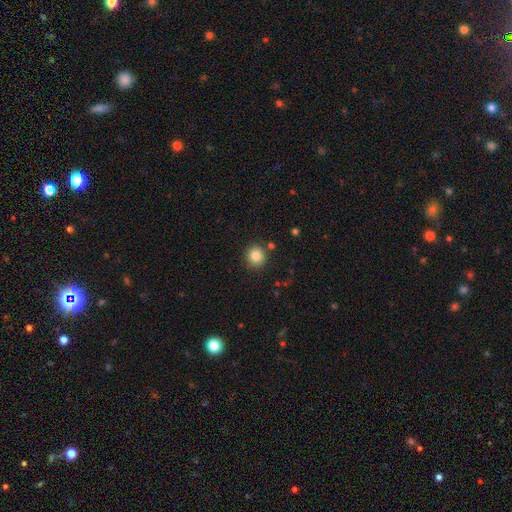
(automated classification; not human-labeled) A smooth galaxy with no disk features (84%) that is round (90%).

Vote fractions:
- Smooth or featured? smooth: 84% / star or artifact: 11% / featured or disk: 6%
- How rounded? round: 90% / in between: 9% / cigar-shaped: 1%
- Merging? none: 87% / minor disturbance: 7% / merger: 3% / major disturbance: 2%